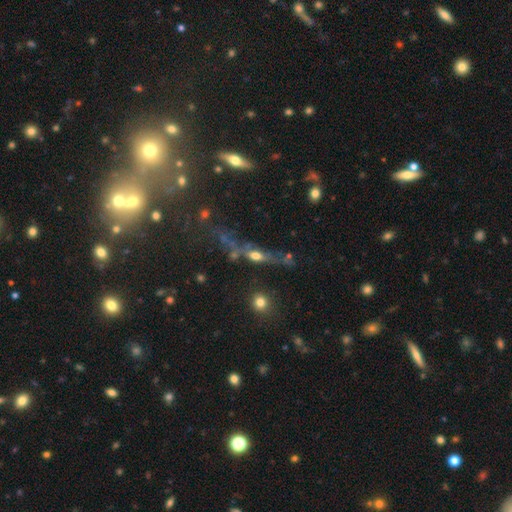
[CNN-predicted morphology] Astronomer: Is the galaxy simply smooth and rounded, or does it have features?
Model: featured or disk — 46% (runner-up: smooth, 38%).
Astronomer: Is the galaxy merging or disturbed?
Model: none — 43% (runner-up: major disturbance, 23%).